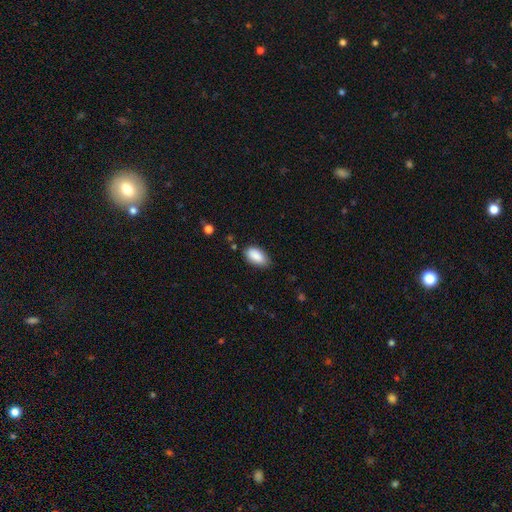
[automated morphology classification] This is clearly a smooth galaxy (89%). How rounded: clearly in between (94%). Merging: likely none (76%).